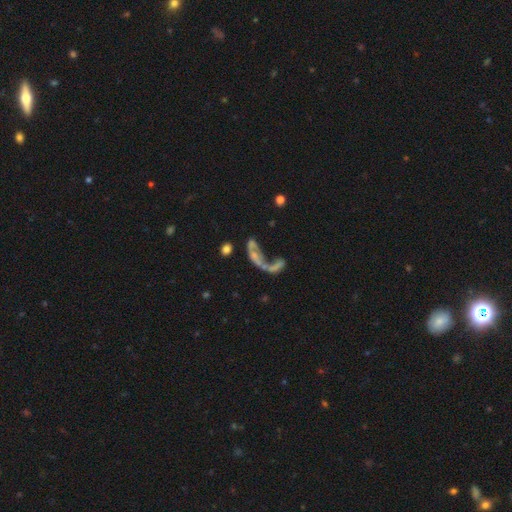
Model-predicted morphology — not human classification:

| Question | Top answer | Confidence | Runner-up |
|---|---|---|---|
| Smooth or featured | featured or disk | 50% | smooth (33%) |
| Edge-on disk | no | 89% | yes (11%) |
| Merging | merger | 40% | major disturbance (32%) |